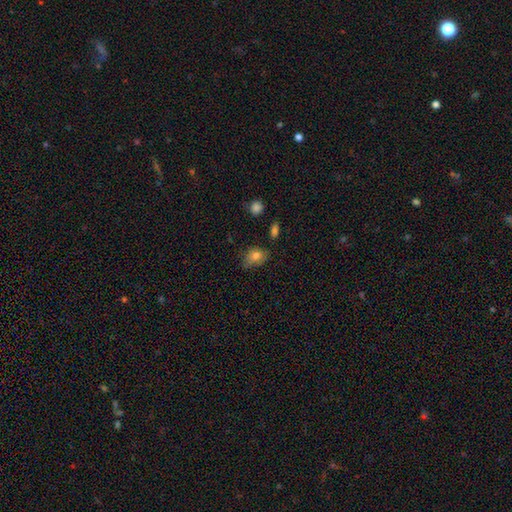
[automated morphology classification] Smooth or featured? smooth (79%)
How rounded? in between (77%)
Merging? none (60%)